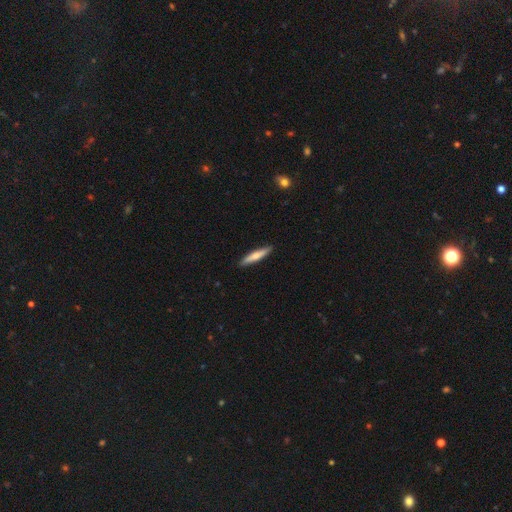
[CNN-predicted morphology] This is likely a smooth galaxy (64%). How rounded: clearly cigar-shaped (91%). Merging: clearly none (90%).